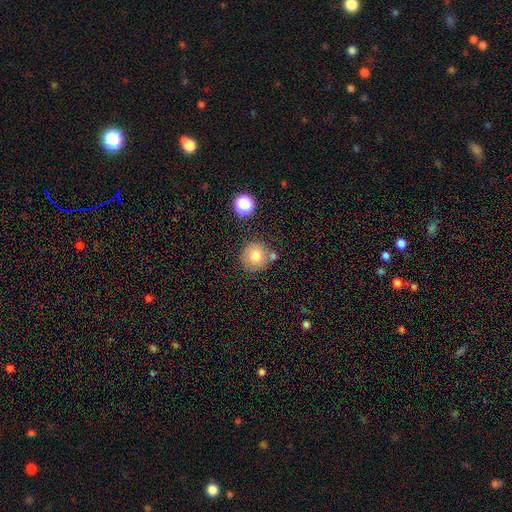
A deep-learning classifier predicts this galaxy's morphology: This appears to be a smooth galaxy with no disk features (76%) that is round (91%). Merging: none (70%).